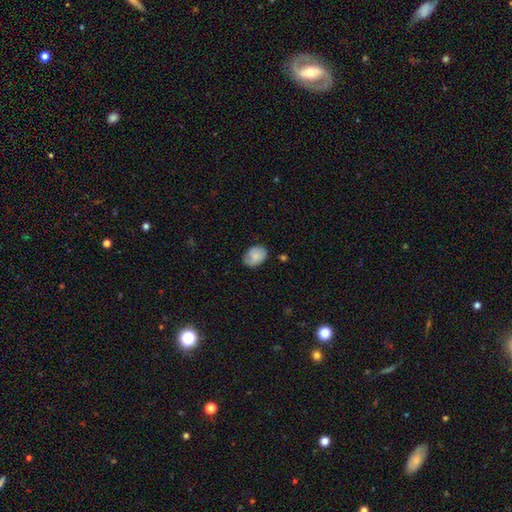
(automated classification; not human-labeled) The model was most divided on "merging": none: 64%, minor disturbance: 27%, major disturbance: 6%, merger: 2%. More confident: smooth or featured — smooth (70%); how rounded — in between (69%).